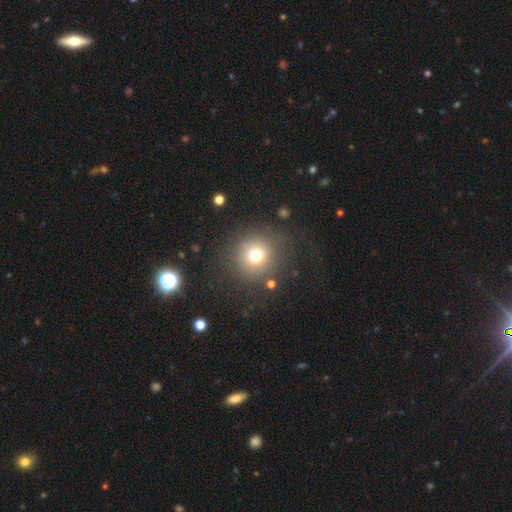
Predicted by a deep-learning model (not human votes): Morphology: type=smooth (73%); roundness=round (93%); merging=none (84%).